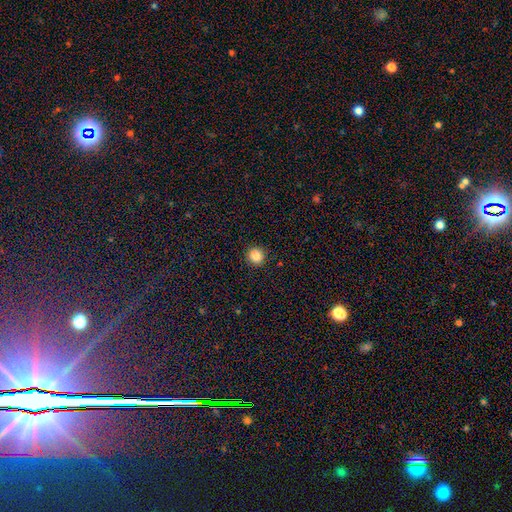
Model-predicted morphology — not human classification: type=smooth (86%); roundness=round (83%); merging=none (90%).